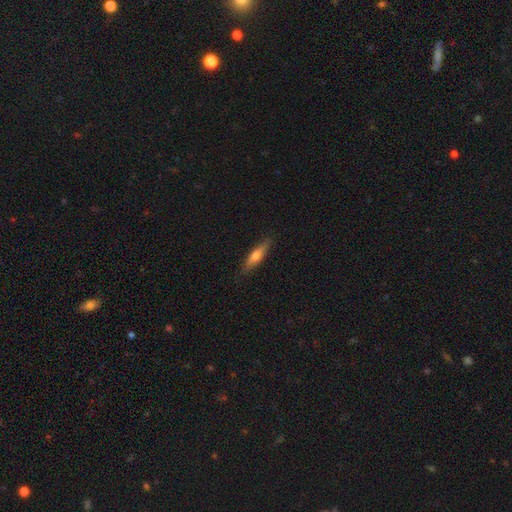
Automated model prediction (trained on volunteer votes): smooth_or_featured: smooth (p=0.59) [alt: featured or disk p=0.35]
how_rounded: cigar-shaped (p=0.75) [alt: in between p=0.23]
merging: none (p=0.85) [alt: minor disturbance p=0.12]